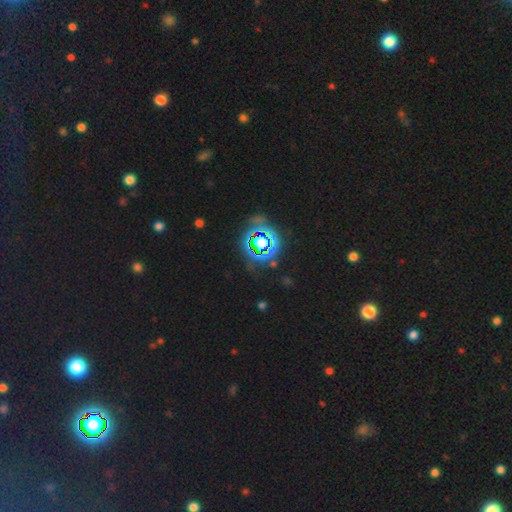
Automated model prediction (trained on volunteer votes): Smooth or featured?
  - star or artifact: 77% *
  - smooth: 15%
  - featured or disk: 8%